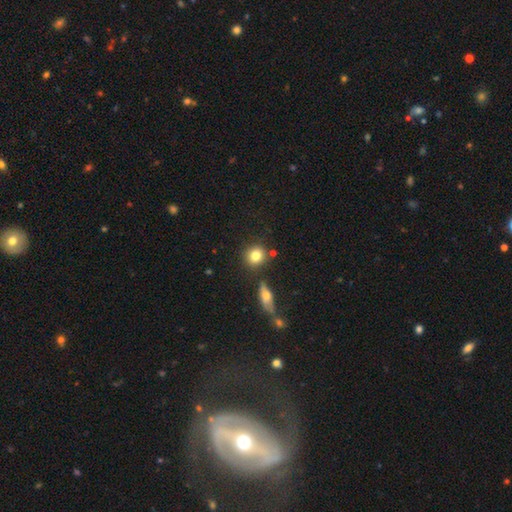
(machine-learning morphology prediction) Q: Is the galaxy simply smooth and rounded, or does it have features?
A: smooth — 80%.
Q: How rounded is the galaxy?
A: round — 82%.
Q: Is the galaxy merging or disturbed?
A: none — 78%.